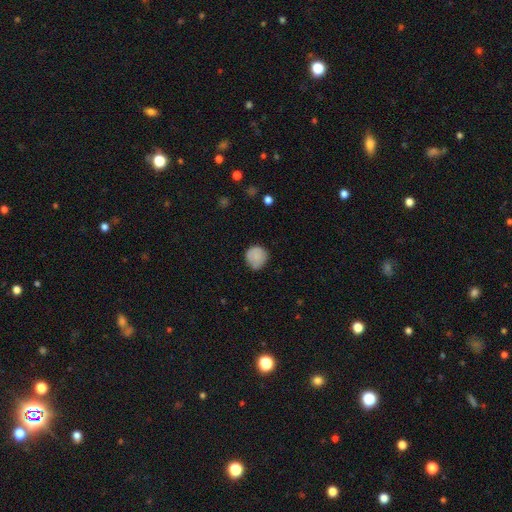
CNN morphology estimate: type=smooth (84%); roundness=round (88%); merging=none (68%).